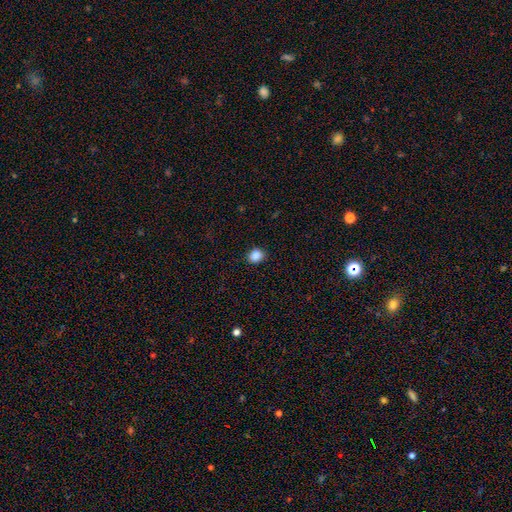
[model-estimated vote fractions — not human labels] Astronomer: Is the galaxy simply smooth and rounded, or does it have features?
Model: smooth — 88%.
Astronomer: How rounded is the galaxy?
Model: round — 64%.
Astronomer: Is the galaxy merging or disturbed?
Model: none — 90%.